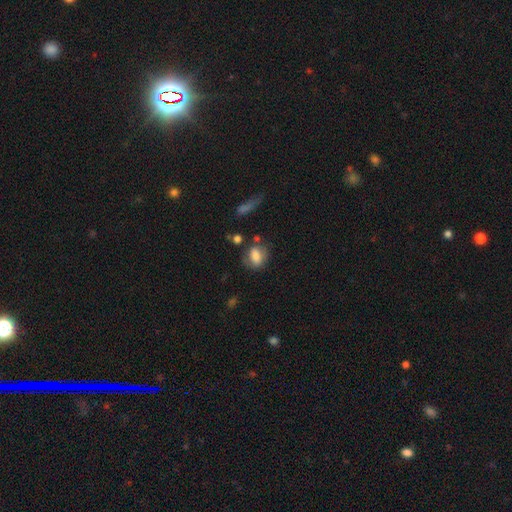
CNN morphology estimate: Smooth or featured? Predicted: smooth (p=0.76). How rounded? Predicted: in between (p=0.70). Merging? Predicted: none (p=0.57).